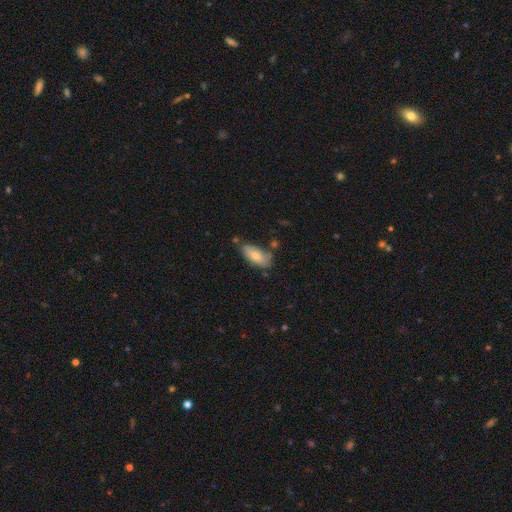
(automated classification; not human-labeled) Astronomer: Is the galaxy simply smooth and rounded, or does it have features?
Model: smooth — 75%.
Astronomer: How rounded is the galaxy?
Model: in between — 85%.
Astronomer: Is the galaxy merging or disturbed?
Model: none — 65%.